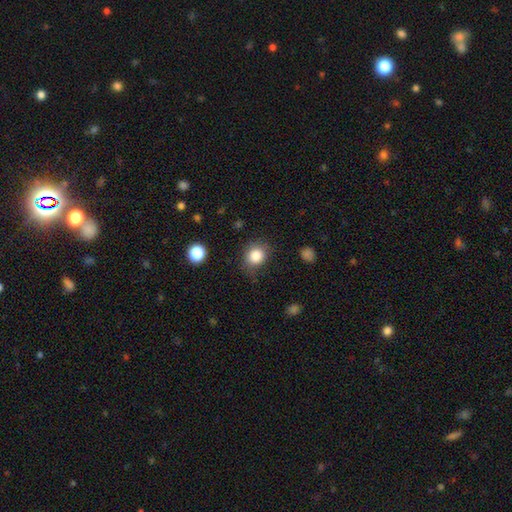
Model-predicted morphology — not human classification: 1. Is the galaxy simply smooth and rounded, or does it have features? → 84% smooth, 10% star or artifact, 6% featured or disk.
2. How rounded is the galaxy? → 75% round, 25% in between, 1% cigar-shaped.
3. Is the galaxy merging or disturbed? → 71% none, 20% minor disturbance, 7% major disturbance, 2% merger.